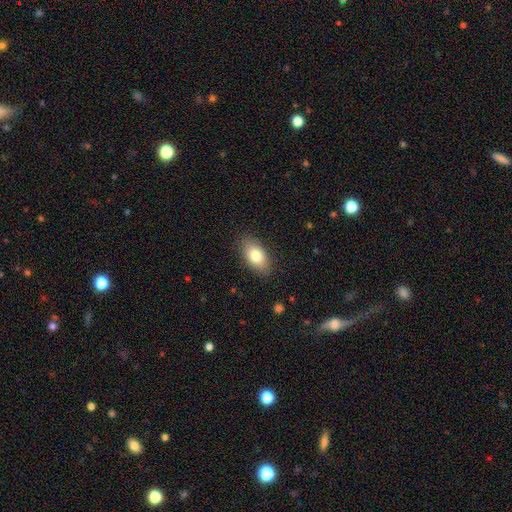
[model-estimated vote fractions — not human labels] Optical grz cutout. It shows a smooth galaxy with no disk features (79%) that is in between round and cigar-shaped (91%). Merging: none (85%).